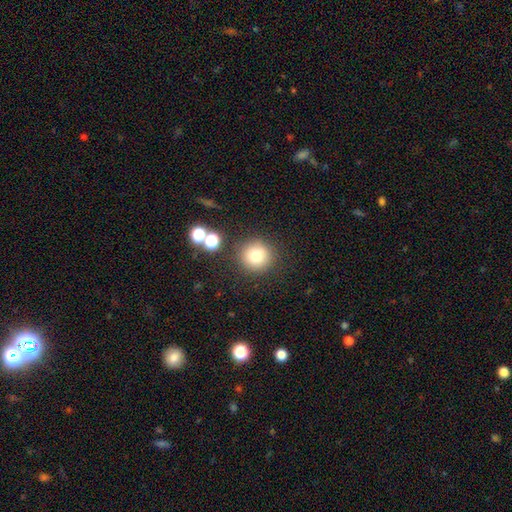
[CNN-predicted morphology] Smooth or featured? Predicted: smooth (p=0.77). How rounded? Predicted: round (p=0.94). Merging? Predicted: none (p=0.83).